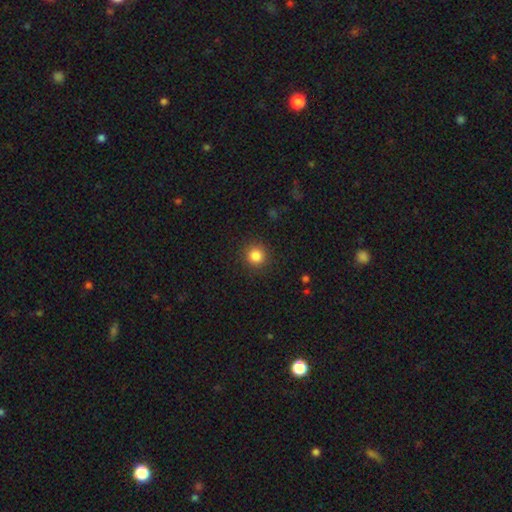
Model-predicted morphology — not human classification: Smooth or featured? Predicted: smooth (p=0.84). How rounded? Predicted: round (p=0.93). Merging? Predicted: none (p=0.90).